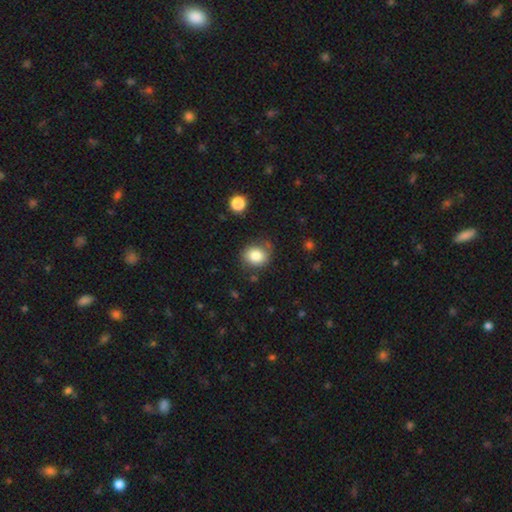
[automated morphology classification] smooth_or_featured: smooth (p=0.83) [alt: star or artifact p=0.10]
how_rounded: round (p=0.68) [alt: in between p=0.31]
merging: none (p=0.76) [alt: minor disturbance p=0.15]